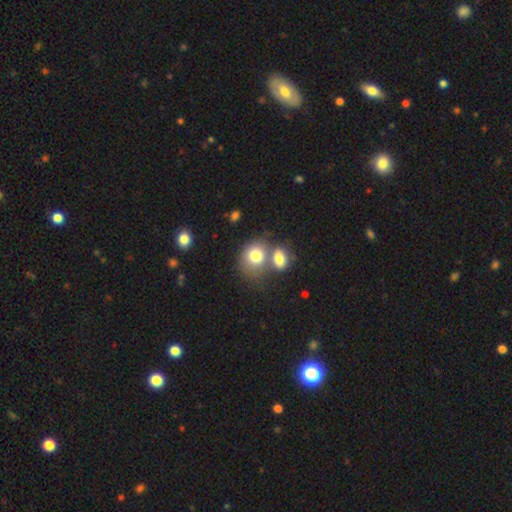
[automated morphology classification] This is likely a smooth galaxy (78%). How rounded: possibly round (54%). Merging: possibly merger (50%).